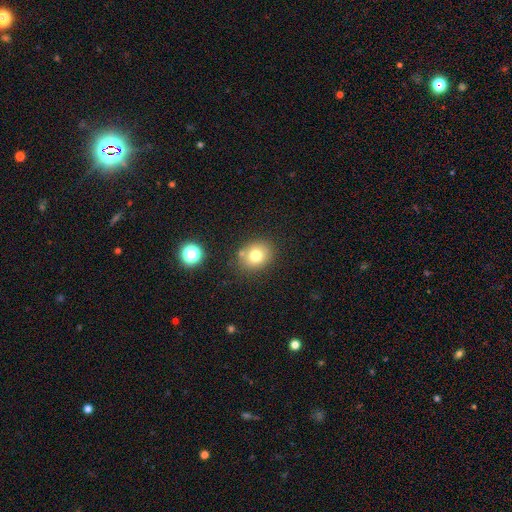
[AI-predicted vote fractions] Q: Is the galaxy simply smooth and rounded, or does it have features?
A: smooth — 76%.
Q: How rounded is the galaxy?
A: round — 64%.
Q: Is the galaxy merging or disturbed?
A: none — 79%.